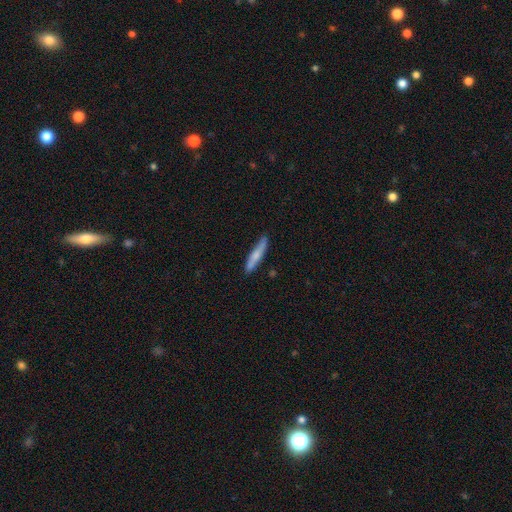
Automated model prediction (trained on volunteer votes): smooth-or-featured: smooth: 68% | featured or disk: 26% | star or artifact: 5%
  how-rounded: cigar-shaped: 91% | in between: 8% | round: 1%
  merging: none: 85% | minor disturbance: 12% | major disturbance: 2% | merger: 2%